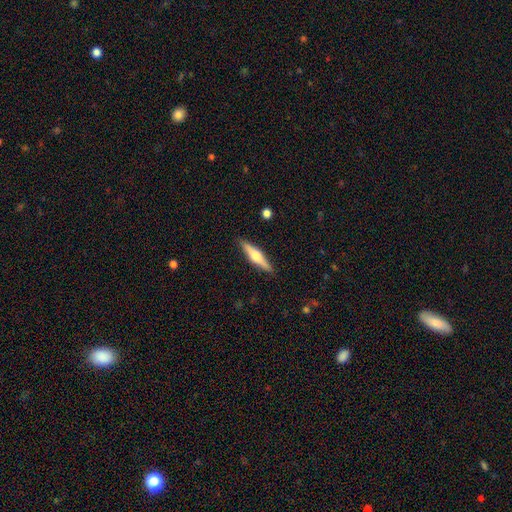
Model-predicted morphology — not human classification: Q: Smooth or featured?
A: featured or disk (60%); runner-up: smooth (34%)
Q: Edge-on disk?
A: yes (97%); runner-up: no (3%)
Q: Edge-on bulge?
A: rounded (92%); runner-up: boxy (5%)
Q: Merging?
A: none (90%); runner-up: minor disturbance (7%)